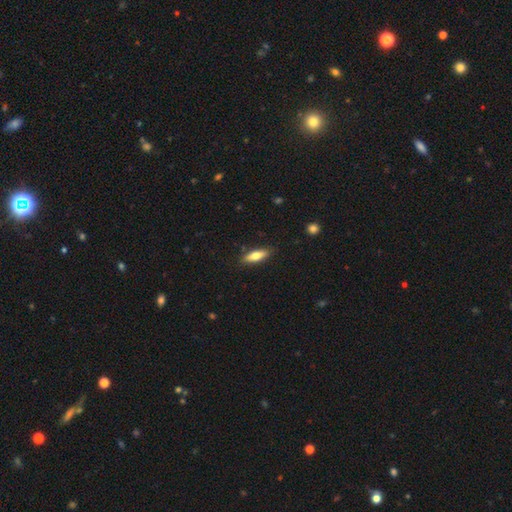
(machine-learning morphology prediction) smooth_or_featured: smooth (p=0.67) [alt: featured or disk p=0.27]
how_rounded: in between (p=0.50) [alt: cigar-shaped p=0.47]
merging: none (p=0.87) [alt: minor disturbance p=0.10]